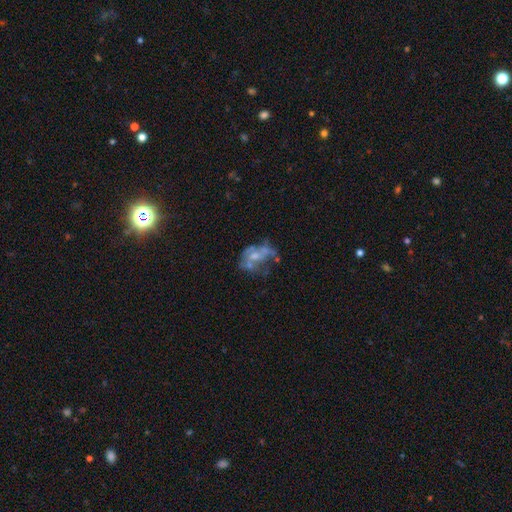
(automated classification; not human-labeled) A featured or disk galaxy (59%) with no bar (84%), no spiral arms (86%) and a moderate central bulge (39%). Merging: none (32%).